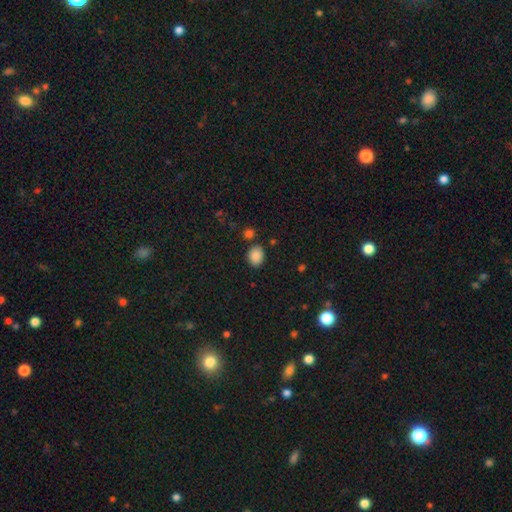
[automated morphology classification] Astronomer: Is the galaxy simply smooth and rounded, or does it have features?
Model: smooth — 87%.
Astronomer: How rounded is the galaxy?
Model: in between — 58% (runner-up: round, 41%).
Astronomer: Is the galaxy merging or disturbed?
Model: none — 80%.